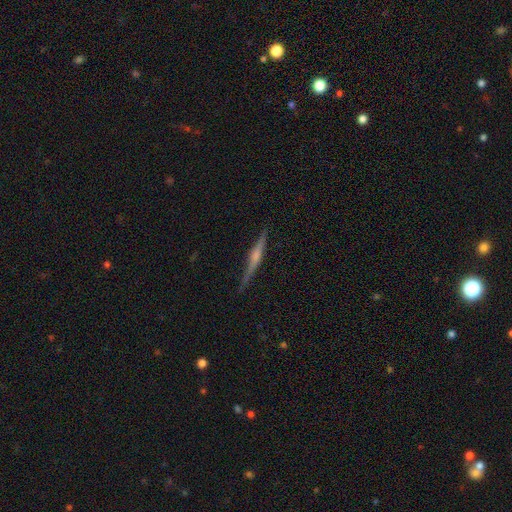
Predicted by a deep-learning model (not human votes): featured or disk 75%, smooth 19%, star or artifact 6%. Down the decision tree: edge-on disk — yes (98%); edge-on bulge — rounded (67%); merging — none (87%).